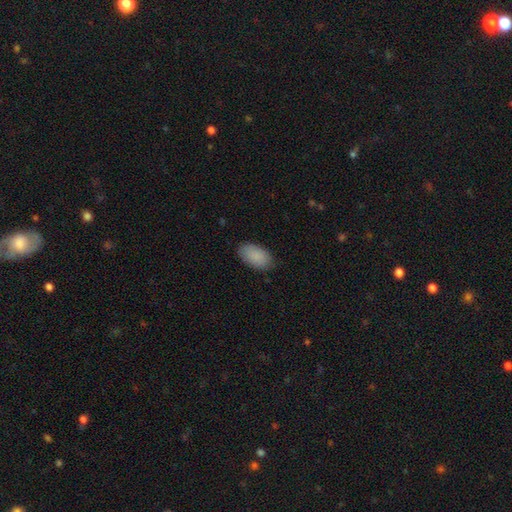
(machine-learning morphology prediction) A smooth galaxy with no disk features (90%) that is in between round and cigar-shaped (94%). Merging: none (85%).